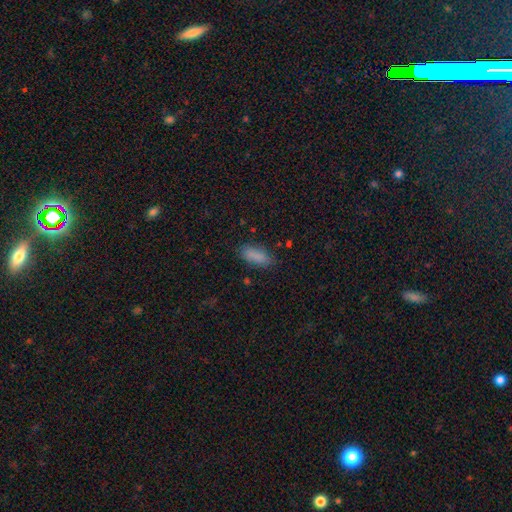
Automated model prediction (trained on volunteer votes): Overall: smooth (85%). How rounded: in between (76%). Merging: none (79%).